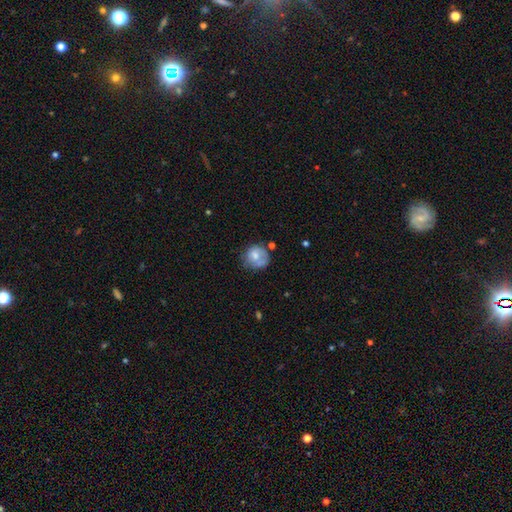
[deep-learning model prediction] The model was most divided on "merging": none: 50%, minor disturbance: 28%, major disturbance: 14%, merger: 8%. More confident: how rounded — round (78%); smooth or featured — smooth (63%).